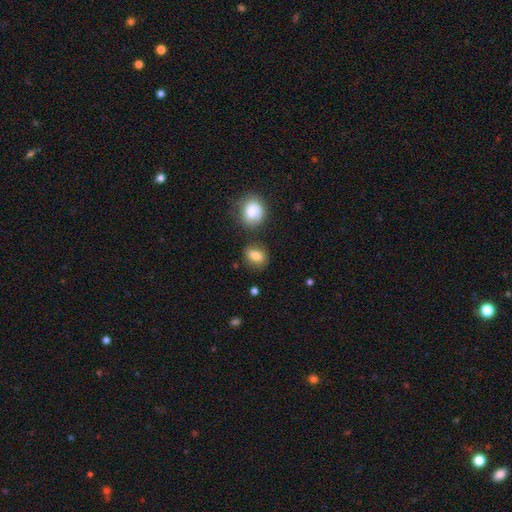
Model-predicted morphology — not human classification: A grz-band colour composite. It shows a smooth galaxy with no disk features (74%) that is in between round and cigar-shaped (58%). Merging: none (70%).